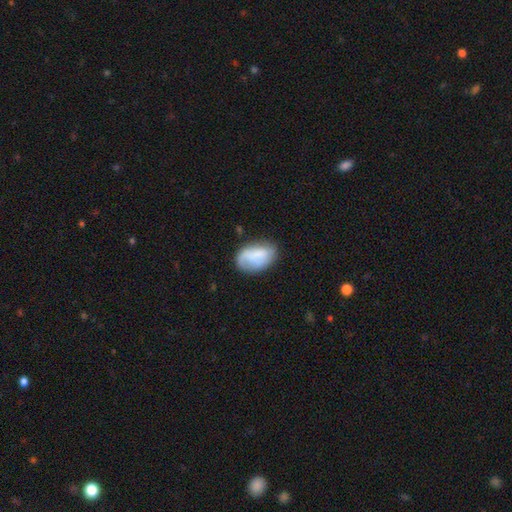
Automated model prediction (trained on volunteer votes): The model was most divided on "merging": none: 59%, minor disturbance: 28%, major disturbance: 11%, merger: 3%. More confident: how rounded — in between (90%); smooth or featured — smooth (69%).